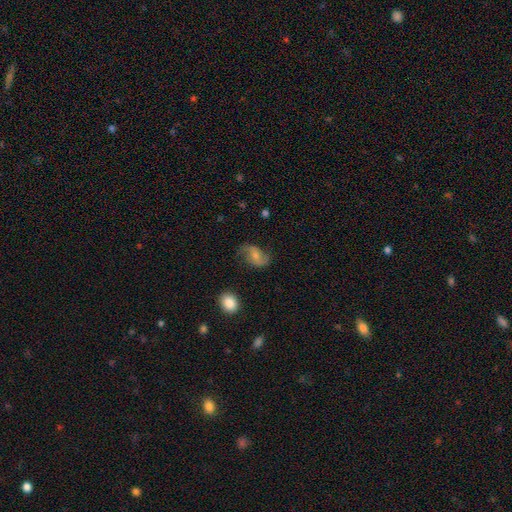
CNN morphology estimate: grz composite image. It shows a featured or disk galaxy (56%) with no bar (43%), spiral arms (87%) and a small central bulge (52%). Merging: none (63%).